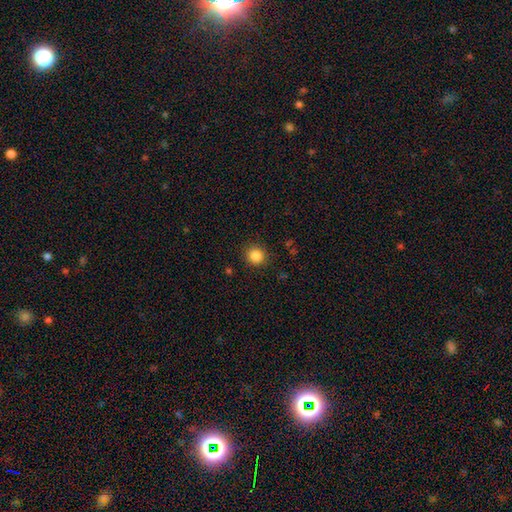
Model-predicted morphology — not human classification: Smooth or featured: smooth — 85% (star or artifact — 11%)
How rounded: round — 92% (in between — 7%)
Merging: none — 90% (minor disturbance — 6%)